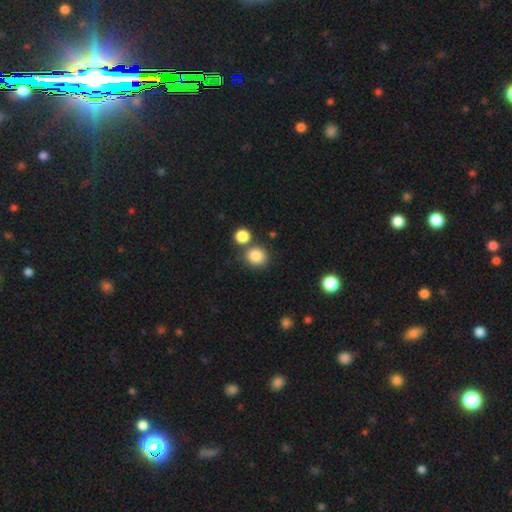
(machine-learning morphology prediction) A smooth galaxy with no disk features (85%) that is round (85%). Merging: none (68%).